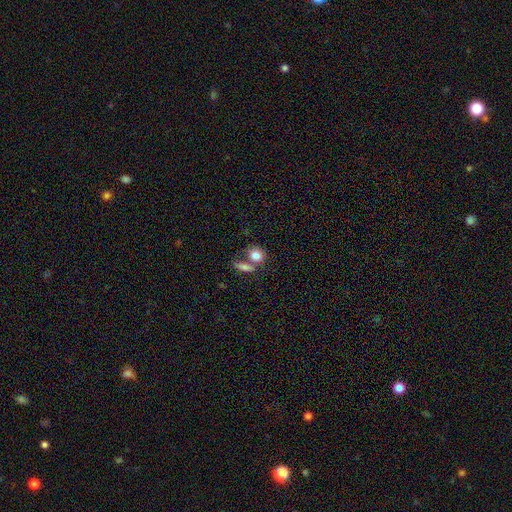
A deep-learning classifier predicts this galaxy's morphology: The model was most divided on "merging": none: 42%, merger: 41%, minor disturbance: 12%, major disturbance: 6%. More confident: smooth or featured — smooth (82%); how rounded — round (50%).